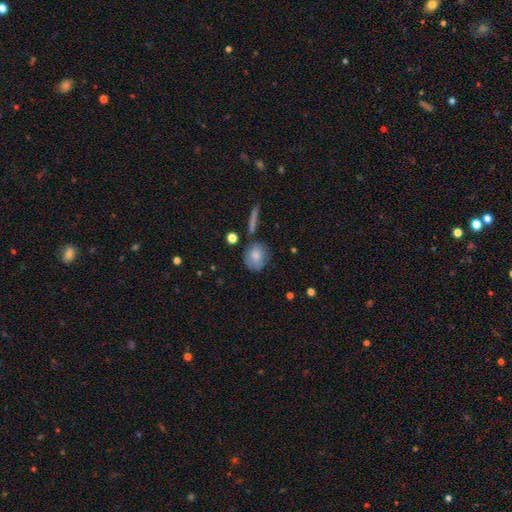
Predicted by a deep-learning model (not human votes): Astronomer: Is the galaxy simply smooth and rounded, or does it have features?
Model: smooth — 77%.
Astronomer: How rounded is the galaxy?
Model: round — 63%.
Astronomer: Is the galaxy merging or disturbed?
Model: none — 64%.